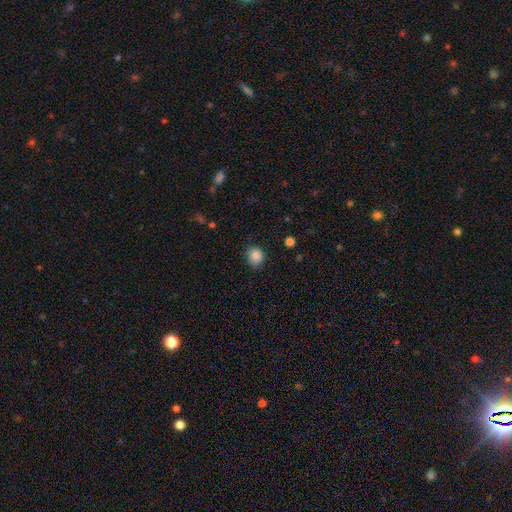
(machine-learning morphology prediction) Q: Smooth or featured?
A: smooth (86%); runner-up: star or artifact (10%)
Q: How rounded?
A: round (70%); runner-up: in between (29%)
Q: Merging?
A: none (82%); runner-up: minor disturbance (14%)